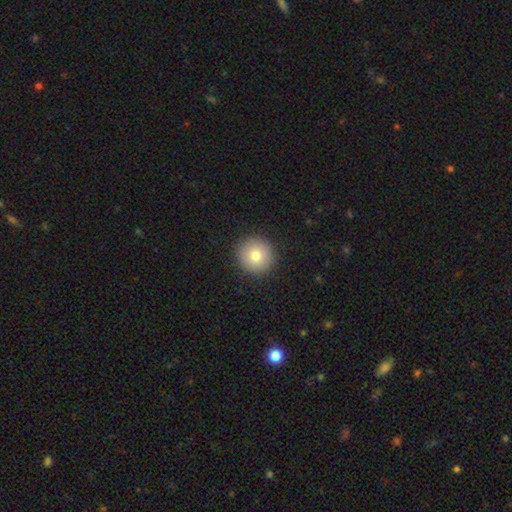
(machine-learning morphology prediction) This is likely a smooth galaxy (80%). How rounded: clearly round (95%). Merging: clearly none (92%).